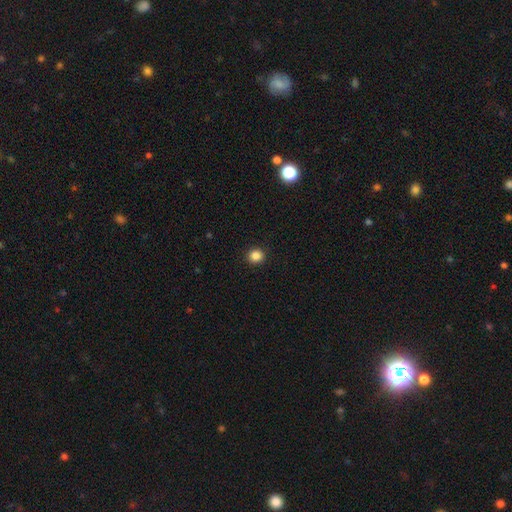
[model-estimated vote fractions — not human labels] A smooth galaxy with no disk features (85%) that is round (91%).

Vote fractions:
- Smooth or featured? smooth: 85% / star or artifact: 11% / featured or disk: 3%
- How rounded? round: 91% / in between: 8% / cigar-shaped: 1%
- Merging? none: 93% / minor disturbance: 5% / major disturbance: 2% / merger: 1%